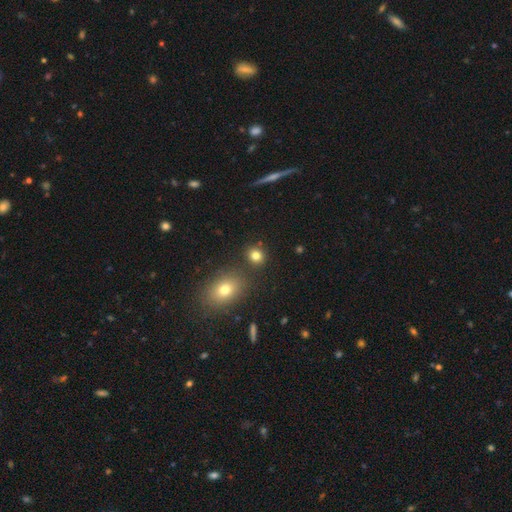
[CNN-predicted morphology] smooth_or_featured: smooth (p=0.80) [alt: star or artifact p=0.13]
how_rounded: round (p=0.68) [alt: in between p=0.31]
merging: none (p=0.81) [alt: minor disturbance p=0.08]